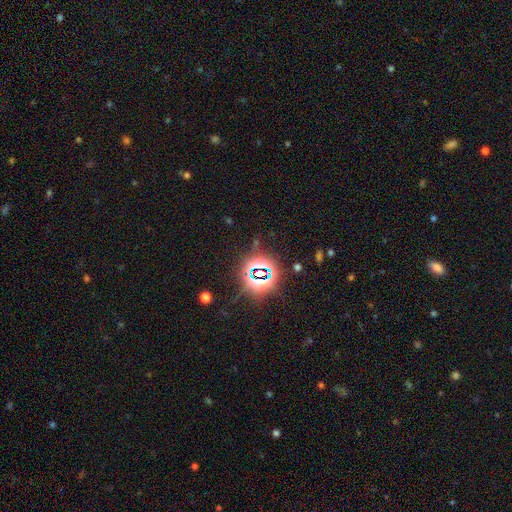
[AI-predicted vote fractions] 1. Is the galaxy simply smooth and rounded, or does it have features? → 80% star or artifact, 12% smooth, 8% featured or disk.